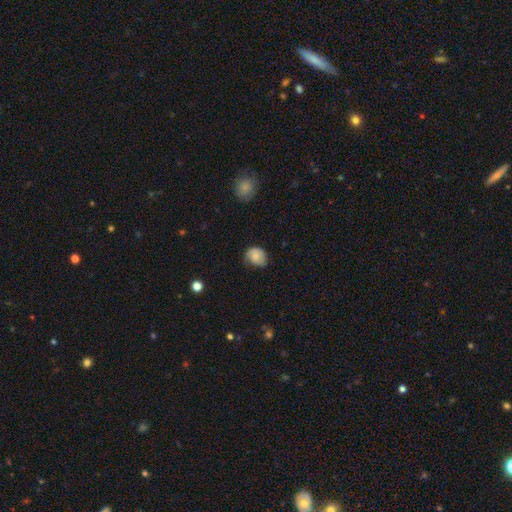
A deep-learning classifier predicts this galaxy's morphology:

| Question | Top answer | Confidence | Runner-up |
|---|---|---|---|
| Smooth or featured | smooth | 74% | featured or disk (18%) |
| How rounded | round | 58% | in between (41%) |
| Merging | none | 53% | minor disturbance (35%) |